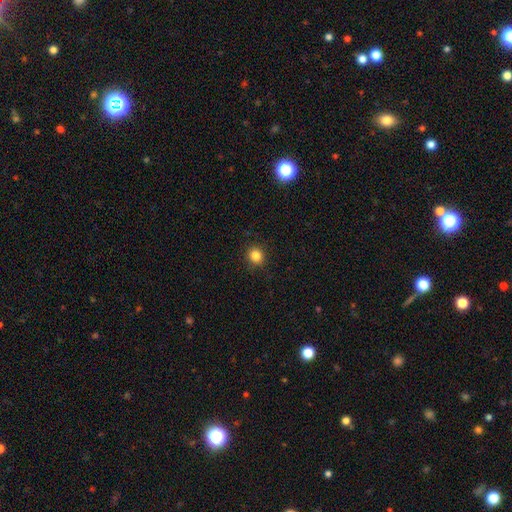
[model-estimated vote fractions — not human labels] The model was most divided on "smooth or featured": smooth: 84%, star or artifact: 12%, featured or disk: 4%. More confident: merging — none (91%); how rounded — round (87%).